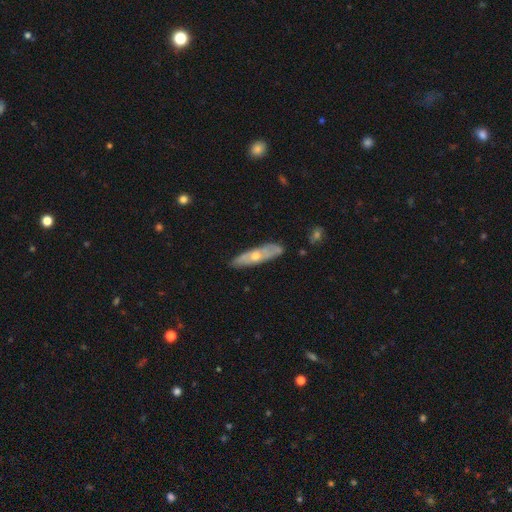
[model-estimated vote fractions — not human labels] Smooth or featured: featured or disk — 59% (smooth — 35%)
Edge-on disk: no — 51% (yes — 49%)
Merging: none — 81% (minor disturbance — 15%)